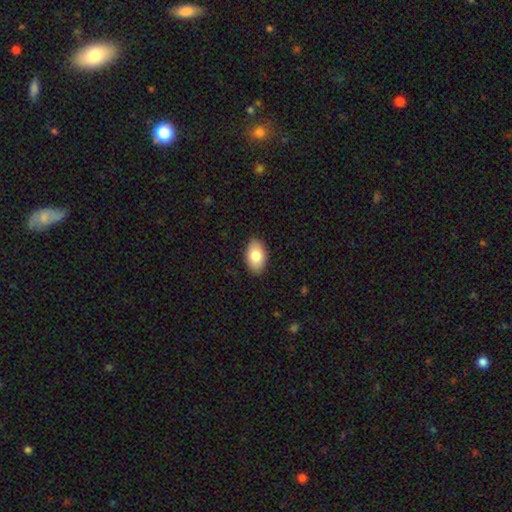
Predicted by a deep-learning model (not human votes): This is clearly a smooth galaxy (82%). How rounded: clearly in between (92%). Merging: clearly none (88%).